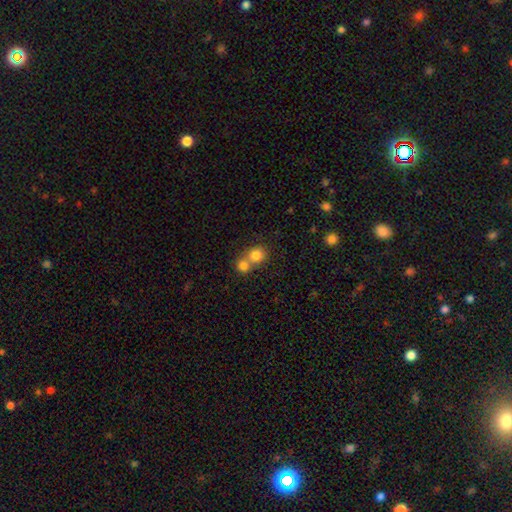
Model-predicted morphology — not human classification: This is clearly a smooth galaxy (81%). How rounded: clearly round (84%). Merging: possibly merger (53%).